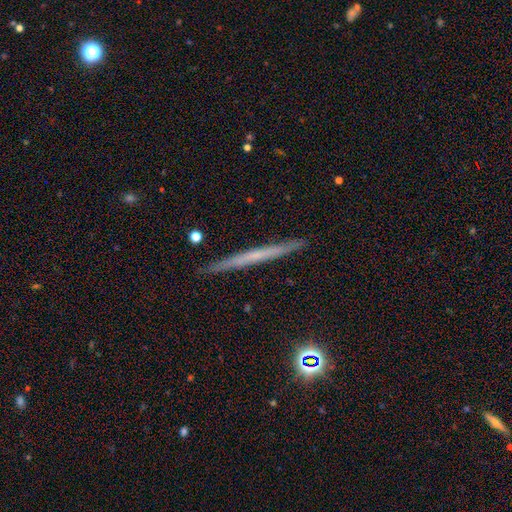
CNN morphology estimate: Smooth or featured: featured or disk — 53% (smooth — 38%)
Edge-on disk: yes — 97% (no — 3%)
Edge-on bulge: none — 86% (rounded — 10%)
Merging: none — 91% (minor disturbance — 7%)